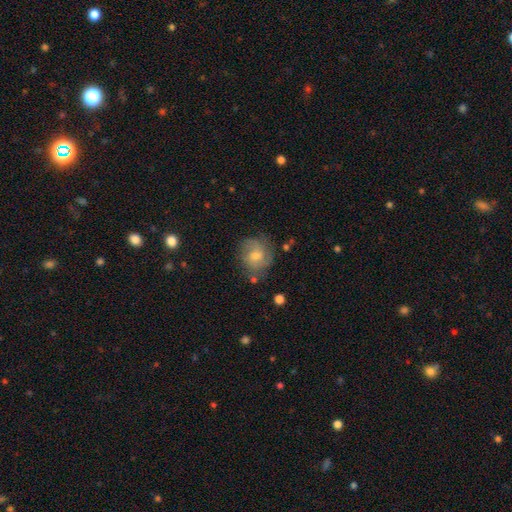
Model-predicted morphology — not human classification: Q: Smooth or featured?
A: featured or disk (46%); runner-up: smooth (45%)
Q: Merging?
A: none (67%); runner-up: minor disturbance (21%)